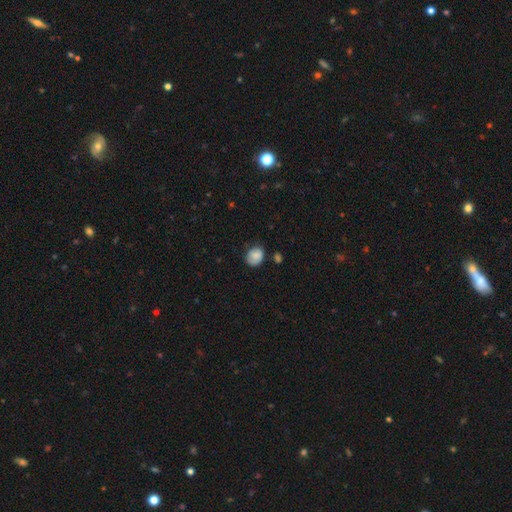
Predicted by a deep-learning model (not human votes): The model was most divided on "how rounded": round: 56%, in between: 43%, cigar-shaped: 1%. More confident: smooth or featured — smooth (78%); merging — none (66%).